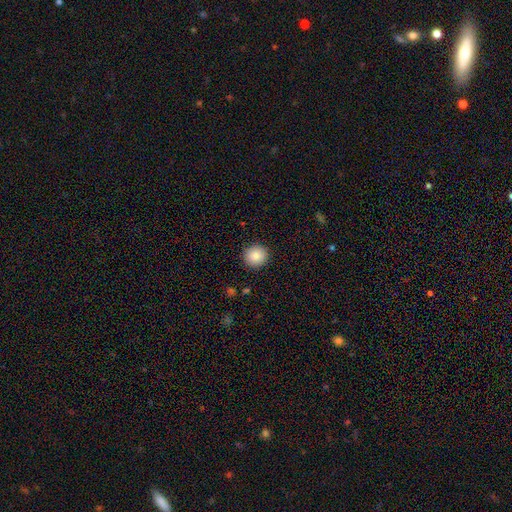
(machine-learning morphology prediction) Smooth or featured?
  - smooth: 86% *
  - star or artifact: 8%
  - featured or disk: 5%
How rounded?
  - round: 92% *
  - in between: 7%
  - cigar-shaped: 1%
Merging?
  - none: 92% *
  - minor disturbance: 5%
  - major disturbance: 2%
  - merger: 1%